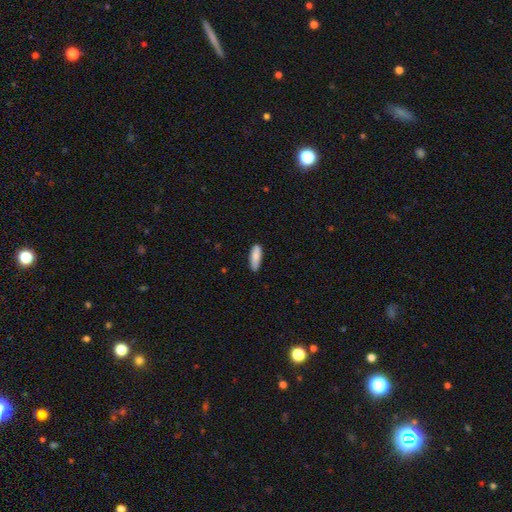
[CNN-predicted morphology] This appears to be a smooth galaxy with no disk features (86%) that is in between round and cigar-shaped (53%). Merging: none (81%).